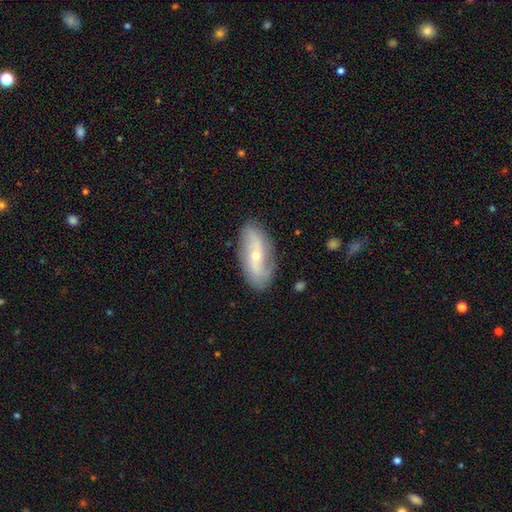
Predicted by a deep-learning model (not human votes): This appears to be a featured or disk galaxy (70%) with no bar (50%), 2 (80%) loose (55%) spiral arms (84%) and a small central bulge (63%). Merging: none (81%).